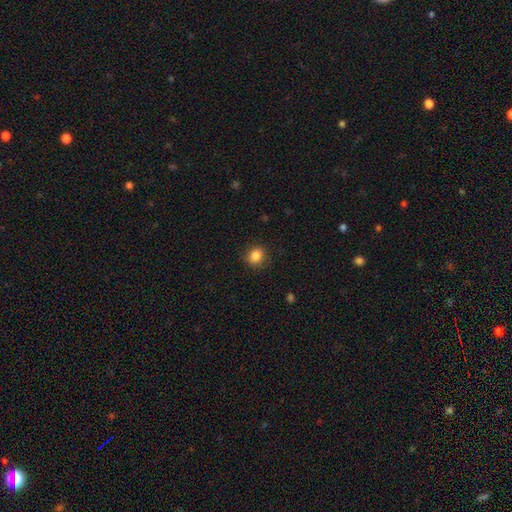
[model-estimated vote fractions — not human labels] Smooth or featured? Predicted: smooth (p=0.85). How rounded? Predicted: round (p=0.68). Merging? Predicted: none (p=0.85).